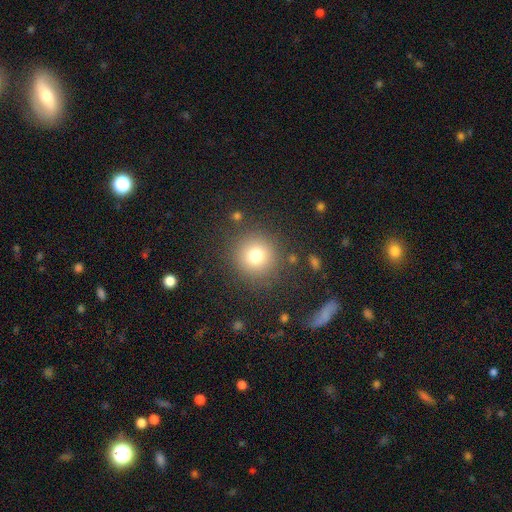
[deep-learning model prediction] Smooth or featured? smooth (75%)
How rounded? round (94%)
Merging? none (86%)